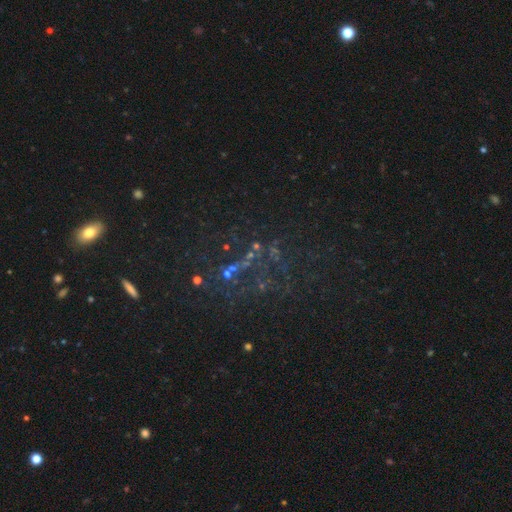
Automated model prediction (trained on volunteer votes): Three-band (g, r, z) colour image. It shows a star or artifact, not a galaxy (63%).